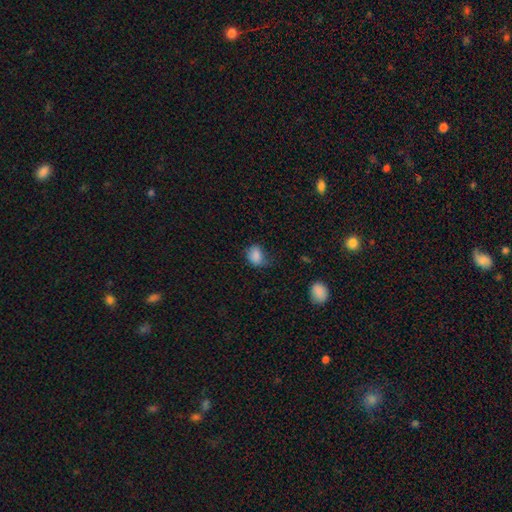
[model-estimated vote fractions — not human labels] Smooth or featured?
  - smooth: 85% *
  - star or artifact: 10%
  - featured or disk: 5%
How rounded?
  - in between: 67% *
  - round: 32%
  - cigar-shaped: 1%
Merging?
  - none: 52% *
  - minor disturbance: 34%
  - major disturbance: 12%
  - merger: 2%